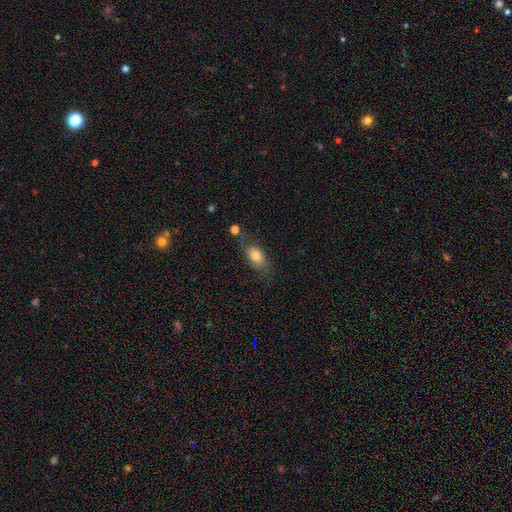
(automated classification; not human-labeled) Morphology: type=smooth (77%); roundness=in between (85%); merging=none (56%).